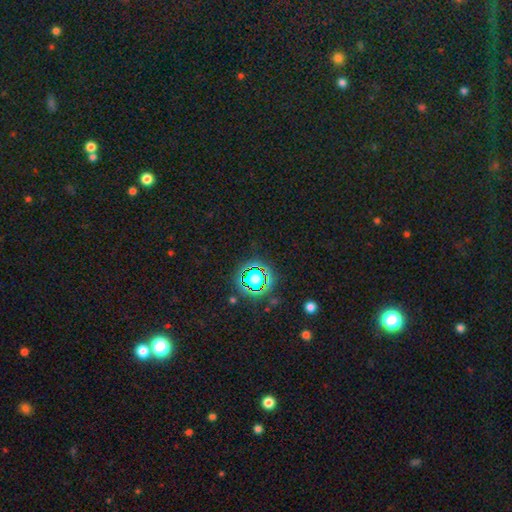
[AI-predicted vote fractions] A star or artifact, not a galaxy (80%).